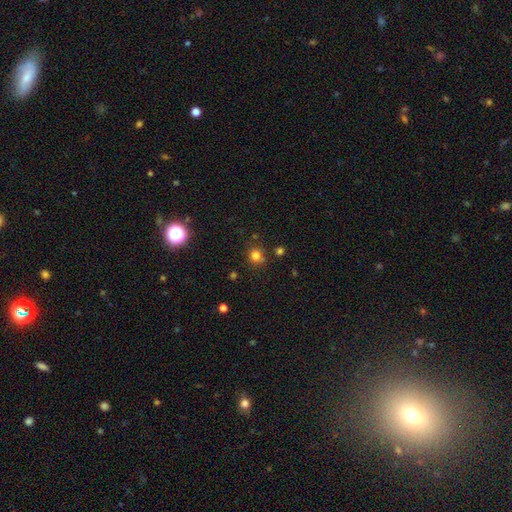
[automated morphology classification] smooth 77%, star or artifact 17%, featured or disk 6%. Down the decision tree: how rounded — round (86%); merging — none (74%).